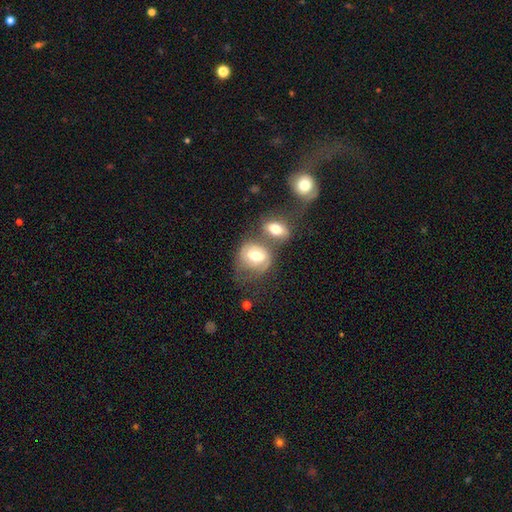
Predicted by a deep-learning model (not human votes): Smooth or featured?
  - smooth: 50% *
  - featured or disk: 41%
  - star or artifact: 9%
How rounded?
  - round: 50% *
  - in between: 49%
  - cigar-shaped: 1%
Merging?
  - merger: 38% *
  - none: 34%
  - minor disturbance: 16%
  - major disturbance: 12%